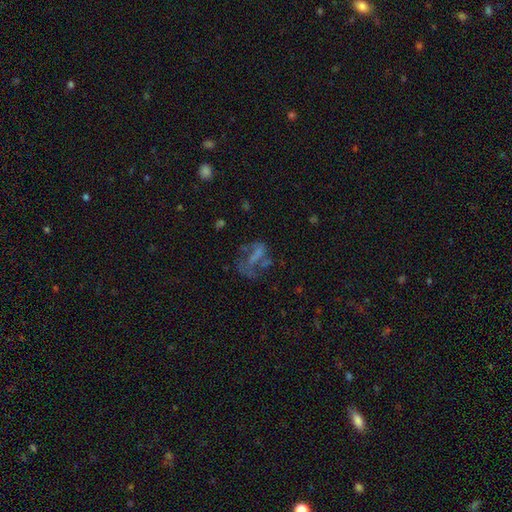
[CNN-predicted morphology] Smooth or featured: featured or disk — 49% (smooth — 29%)
Merging: major disturbance — 40% (none — 35%)